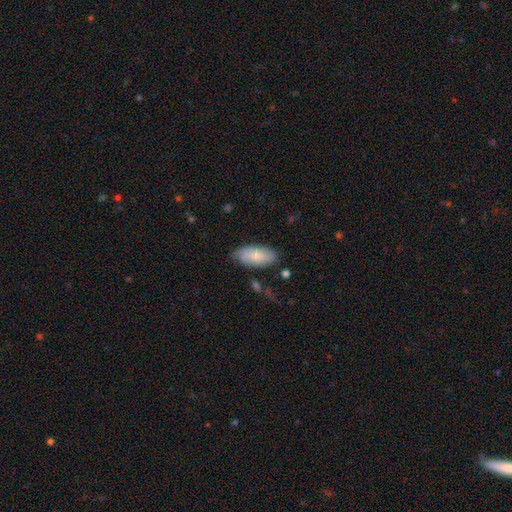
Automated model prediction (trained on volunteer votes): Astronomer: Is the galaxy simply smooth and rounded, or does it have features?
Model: smooth — 74%.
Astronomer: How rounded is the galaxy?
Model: in between — 89%.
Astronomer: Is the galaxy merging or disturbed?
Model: none — 74%.